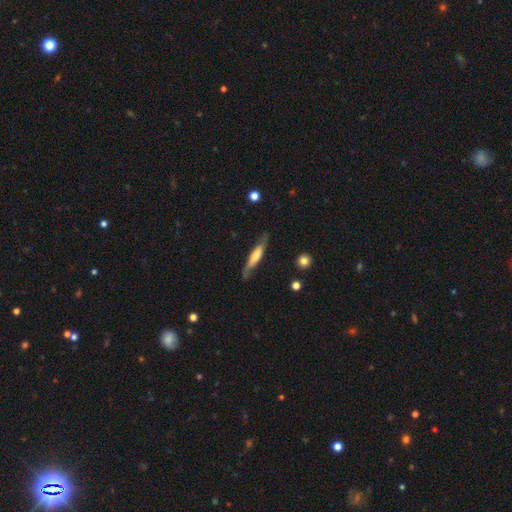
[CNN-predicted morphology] Smooth or featured?
  - featured or disk: 50% *
  - smooth: 45%
  - star or artifact: 6%
Merging?
  - none: 72% *
  - minor disturbance: 20%
  - major disturbance: 6%
  - merger: 2%